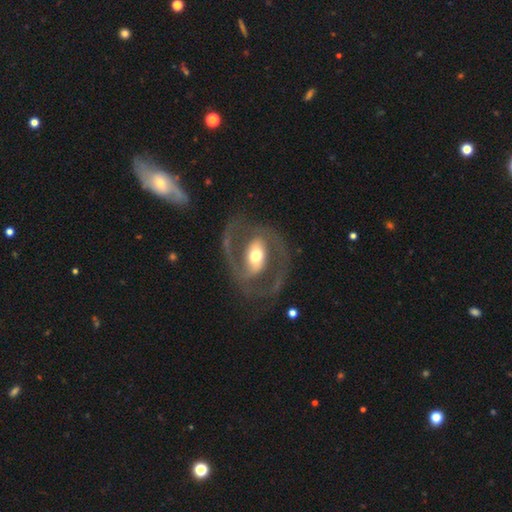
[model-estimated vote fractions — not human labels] Smooth or featured? featured or disk (88%)
Edge-on disk? no (97%)
Bar? strong (46%)
Spiral arms? yes (91%)
Spiral winding? medium (59%)
Spiral arm count? 2 (92%)
Bulge size? moderate (66%)
Merging? none (76%)